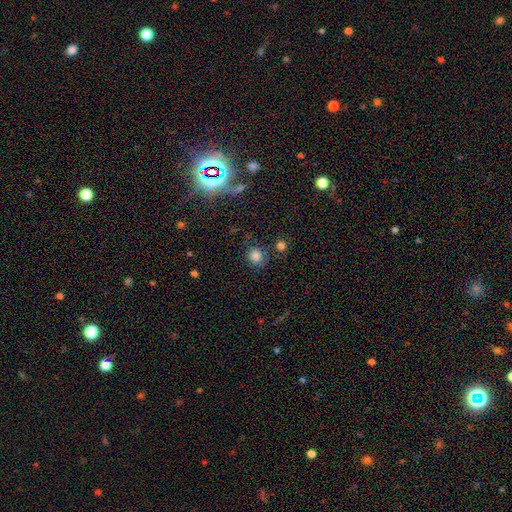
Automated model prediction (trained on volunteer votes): This appears to be a smooth galaxy with no disk features (81%) that is round (78%). Merging: none (78%).